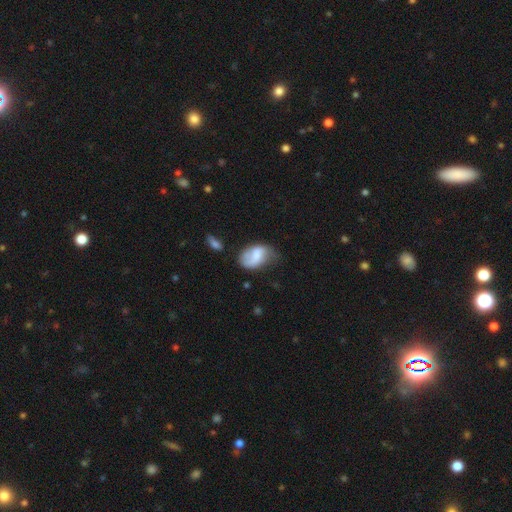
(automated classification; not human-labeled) The model was most divided on "merging": none: 39%, minor disturbance: 37%, major disturbance: 19%, merger: 5%. More confident: how rounded — in between (88%); smooth or featured — smooth (58%).